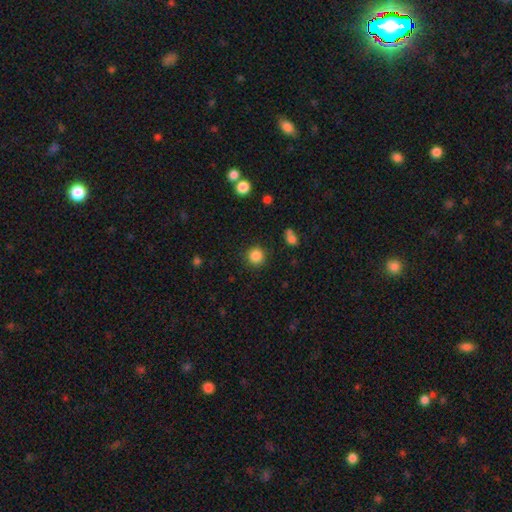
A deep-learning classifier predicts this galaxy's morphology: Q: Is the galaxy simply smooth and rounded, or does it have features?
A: smooth — 85%.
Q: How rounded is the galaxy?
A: round — 93%.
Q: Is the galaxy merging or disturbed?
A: none — 89%.